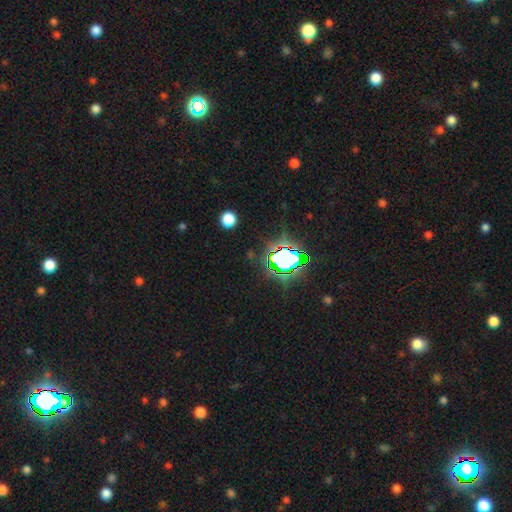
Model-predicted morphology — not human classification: Smooth or featured?
  - star or artifact: 77% *
  - smooth: 14%
  - featured or disk: 8%